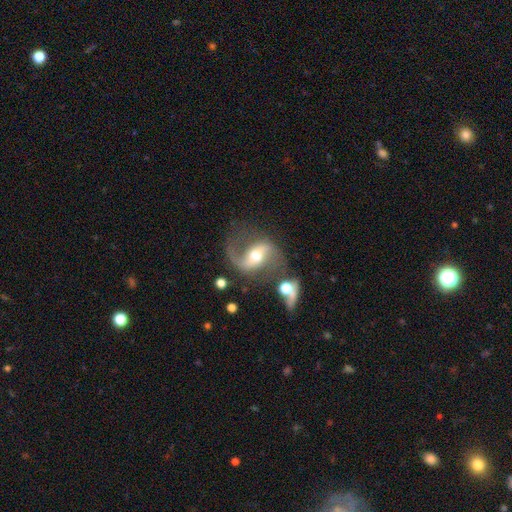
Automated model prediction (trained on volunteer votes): Morphology: type=featured or disk (86%); edge-on=no (97%); bar=weak (38%); spiral arms=yes (95%); winding=loose (64%); arm count=2 (86%); bulge=moderate (70%); merging=none (60%).